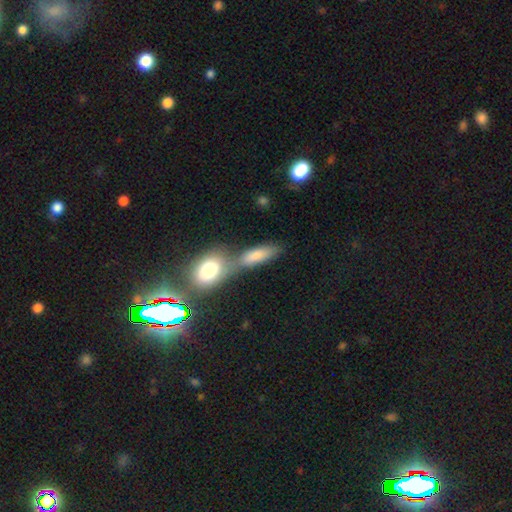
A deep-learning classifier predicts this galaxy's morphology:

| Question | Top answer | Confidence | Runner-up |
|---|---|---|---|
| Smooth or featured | smooth | 79% | featured or disk (13%) |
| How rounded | in between | 66% | cigar-shaped (28%) |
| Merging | merger | 45% | none (40%) |